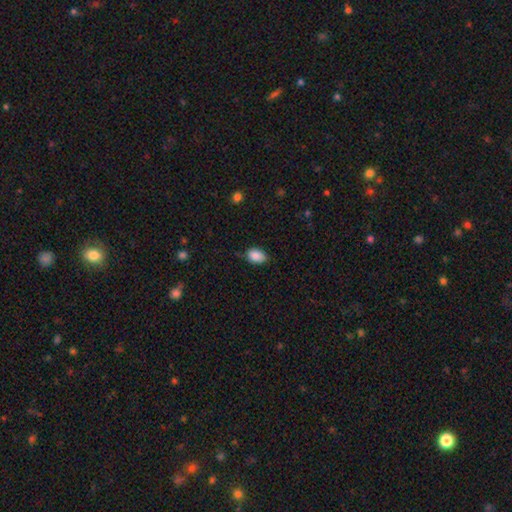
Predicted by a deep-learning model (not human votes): Morphology: type=smooth (88%); roundness=in between (85%); merging=none (72%).